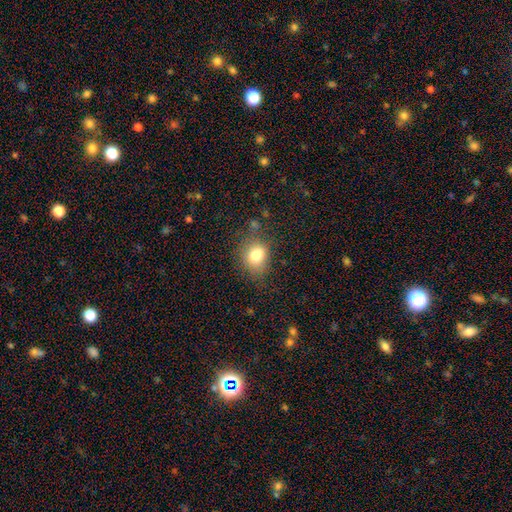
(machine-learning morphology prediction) This is likely a smooth galaxy (79%). How rounded: possibly in between (50%). Merging: likely none (71%).